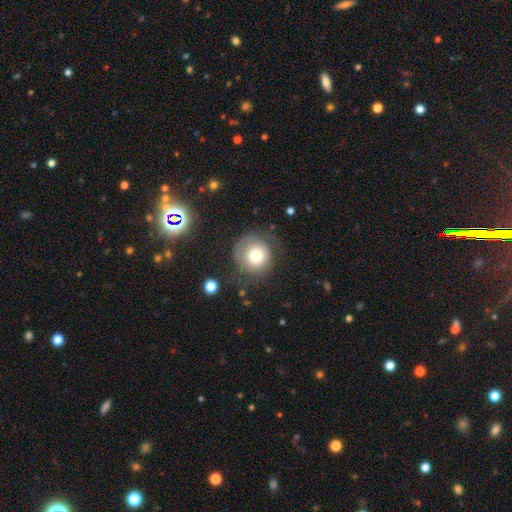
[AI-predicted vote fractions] Smooth or featured? Predicted: smooth (p=0.68). How rounded? Predicted: round (p=0.90). Merging? Predicted: none (p=0.64).